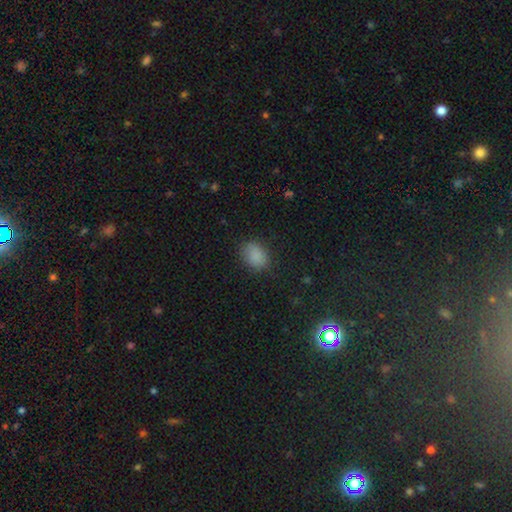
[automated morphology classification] Smooth or featured?
  - smooth: 86% *
  - star or artifact: 10%
  - featured or disk: 4%
How rounded?
  - in between: 72% *
  - round: 27%
  - cigar-shaped: 1%
Merging?
  - none: 80% *
  - minor disturbance: 15%
  - major disturbance: 4%
  - merger: 1%